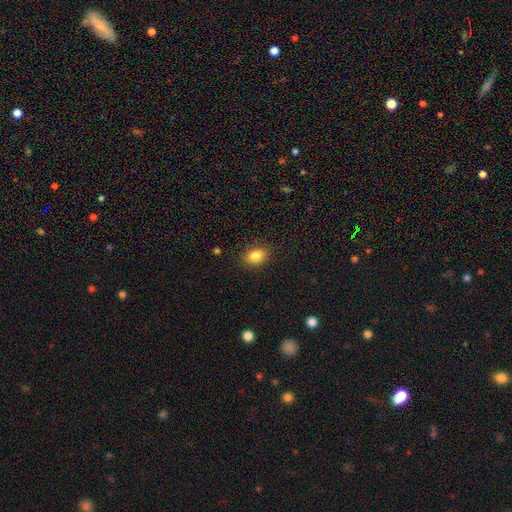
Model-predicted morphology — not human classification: A smooth galaxy with no disk features (84%) that is in between round and cigar-shaped (69%). Merging: none (87%).